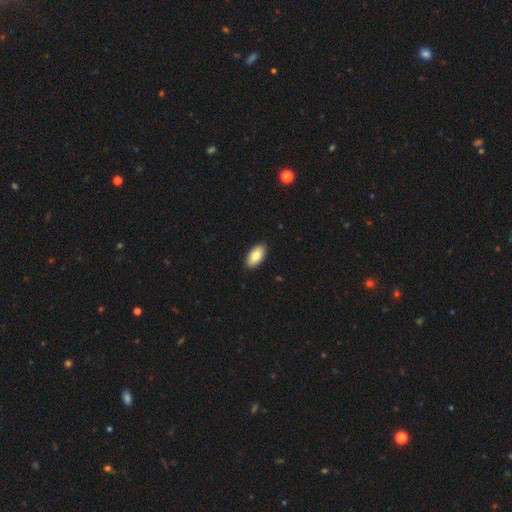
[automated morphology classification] This is clearly a smooth galaxy (81%). How rounded: clearly in between (94%). Merging: clearly none (90%).